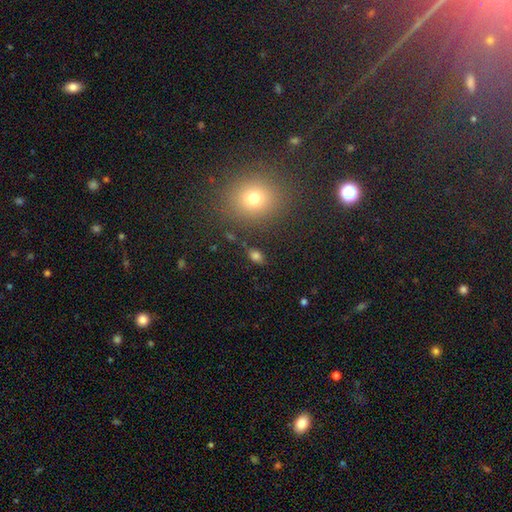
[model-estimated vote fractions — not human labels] smooth_or_featured: smooth (p=0.76) [alt: star or artifact p=0.15]
how_rounded: in between (p=0.81) [alt: round p=0.16]
merging: none (p=0.80) [alt: minor disturbance p=0.12]